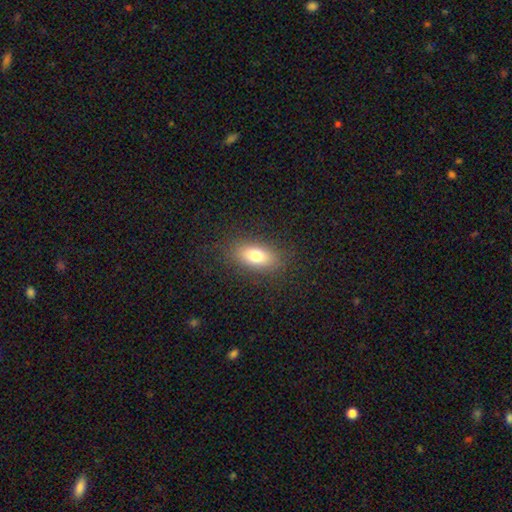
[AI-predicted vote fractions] Smooth or featured: smooth — 77% (featured or disk — 13%)
How rounded: in between — 85% (cigar-shaped — 8%)
Merging: none — 86% (minor disturbance — 10%)